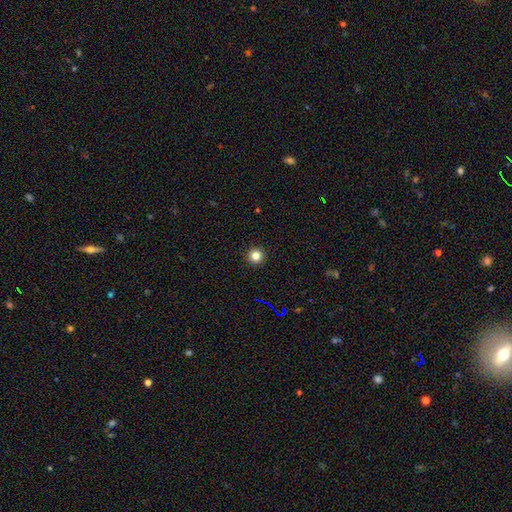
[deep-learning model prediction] Q: Smooth or featured?
A: smooth (81%); runner-up: star or artifact (13%)
Q: How rounded?
A: round (96%); runner-up: in between (3%)
Q: Merging?
A: none (94%); runner-up: minor disturbance (4%)